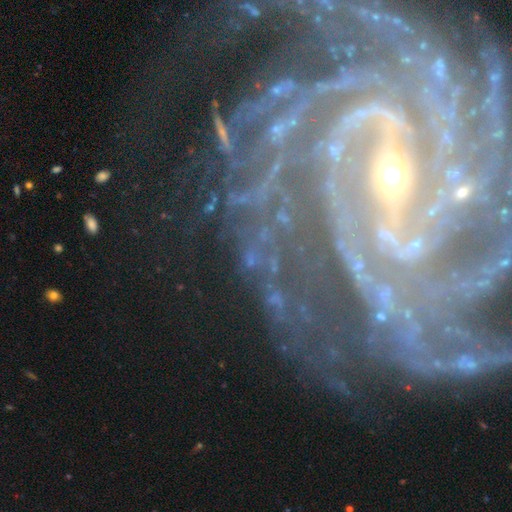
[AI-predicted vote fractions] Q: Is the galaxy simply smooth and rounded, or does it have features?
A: featured or disk — 74%.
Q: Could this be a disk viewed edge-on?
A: no — 94%.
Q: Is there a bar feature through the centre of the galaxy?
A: strong — 41%.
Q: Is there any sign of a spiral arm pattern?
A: yes — 94%.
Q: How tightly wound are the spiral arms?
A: tight — 69%.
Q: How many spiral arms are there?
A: can't tell — 25%.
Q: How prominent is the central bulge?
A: small — 64%.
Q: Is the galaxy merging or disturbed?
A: none — 69%.